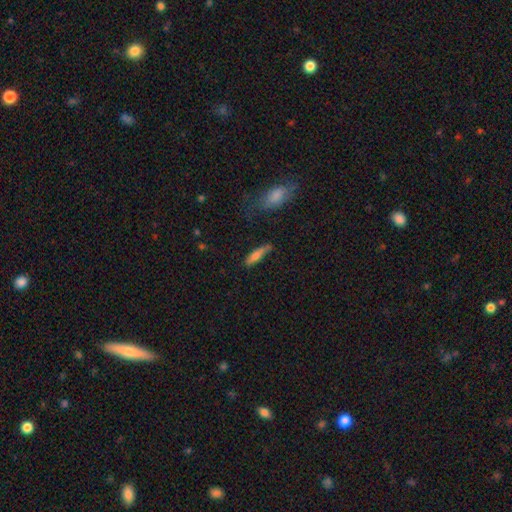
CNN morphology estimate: smooth_or_featured: smooth (p=0.71) [alt: featured or disk p=0.22]
how_rounded: cigar-shaped (p=0.73) [alt: in between p=0.24]
merging: none (p=0.64) [alt: minor disturbance p=0.23]